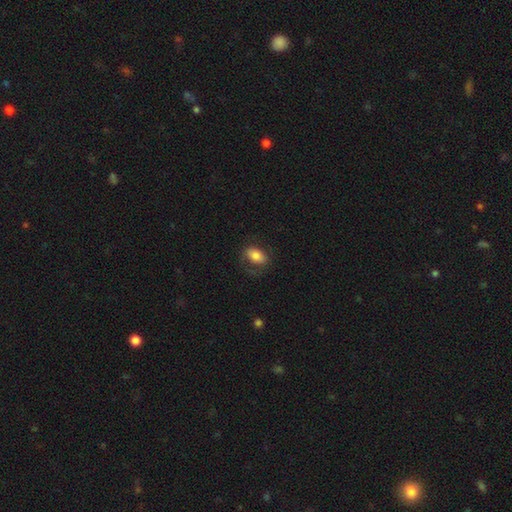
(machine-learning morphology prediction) Overall: smooth (76%). How rounded: in between (88%). Merging: none (66%).